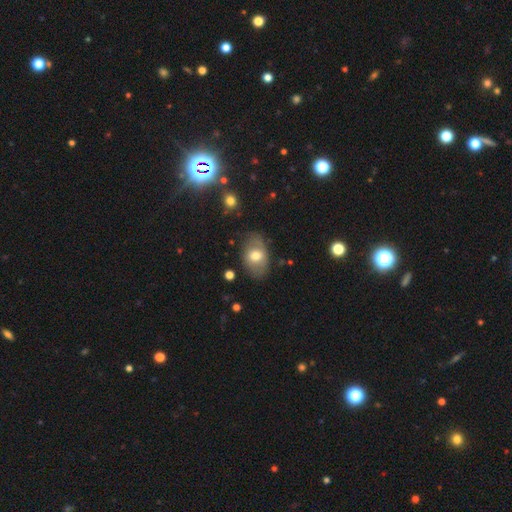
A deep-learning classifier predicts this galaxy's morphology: Smooth or featured?
  - smooth: 65% *
  - featured or disk: 27%
  - star or artifact: 8%
How rounded?
  - in between: 83% *
  - round: 16%
  - cigar-shaped: 1%
Merging?
  - none: 73% *
  - minor disturbance: 19%
  - major disturbance: 6%
  - merger: 2%